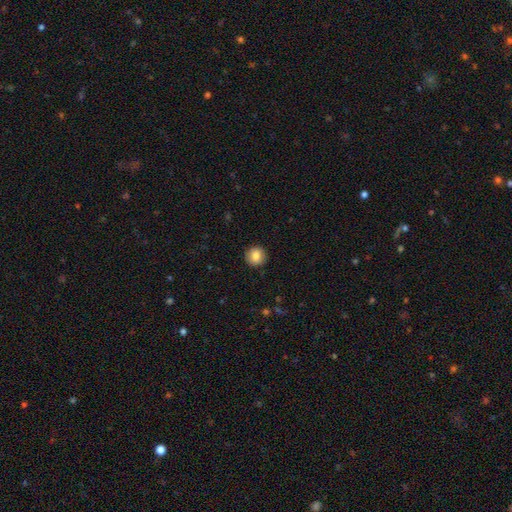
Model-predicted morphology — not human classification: Overall: smooth (84%). How rounded: round (94%). Merging: none (92%).